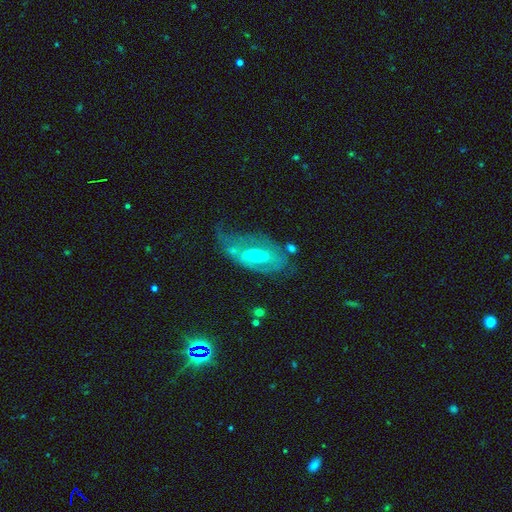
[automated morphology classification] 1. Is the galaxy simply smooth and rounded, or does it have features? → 72% featured or disk, 21% smooth, 7% star or artifact.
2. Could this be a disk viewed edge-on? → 91% no, 9% yes.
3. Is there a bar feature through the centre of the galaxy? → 37% weak, 35% no, 28% strong.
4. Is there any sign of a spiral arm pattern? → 64% yes, 36% no.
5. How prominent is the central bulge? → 49% small, 46% moderate, 3% large, 1% none, 1% dominant.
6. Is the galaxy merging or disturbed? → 35% major disturbance, 31% none, 23% minor disturbance, 11% merger.